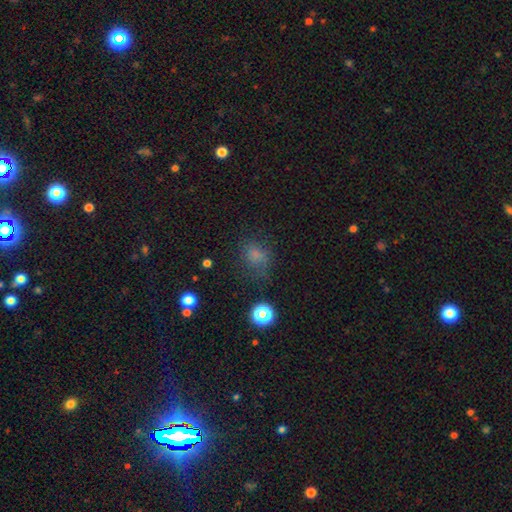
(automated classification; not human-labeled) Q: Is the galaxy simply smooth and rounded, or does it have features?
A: smooth — 67%.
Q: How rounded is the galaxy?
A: round — 56%.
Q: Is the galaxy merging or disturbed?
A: none — 60%.